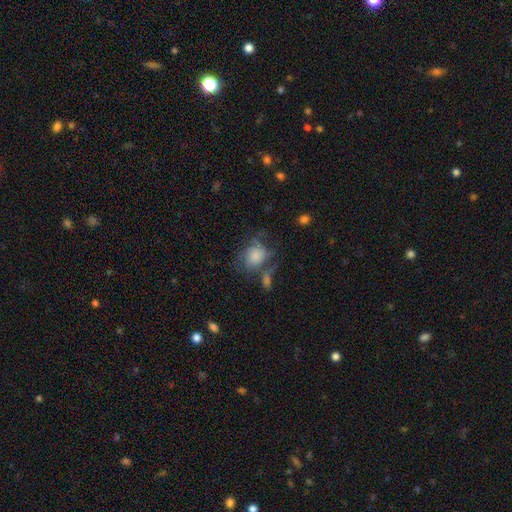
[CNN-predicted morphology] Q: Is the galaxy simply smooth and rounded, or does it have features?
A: smooth — 48%.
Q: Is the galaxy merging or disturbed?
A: none — 39%.